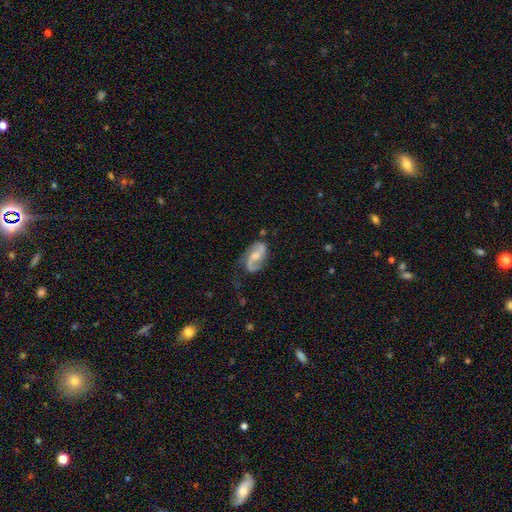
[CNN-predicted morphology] Q: Smooth or featured?
A: featured or disk (84%); runner-up: smooth (11%)
Q: Edge-on disk?
A: no (97%); runner-up: yes (3%)
Q: Bar?
A: weak (44%); runner-up: no (40%)
Q: Spiral arms?
A: yes (96%); runner-up: no (4%)
Q: Spiral winding?
A: loose (44%); runner-up: medium (43%)
Q: Spiral arm count?
A: 2 (91%); runner-up: 1 (3%)
Q: Bulge size?
A: moderate (43%); runner-up: small (35%)
Q: Merging?
A: none (66%); runner-up: minor disturbance (21%)